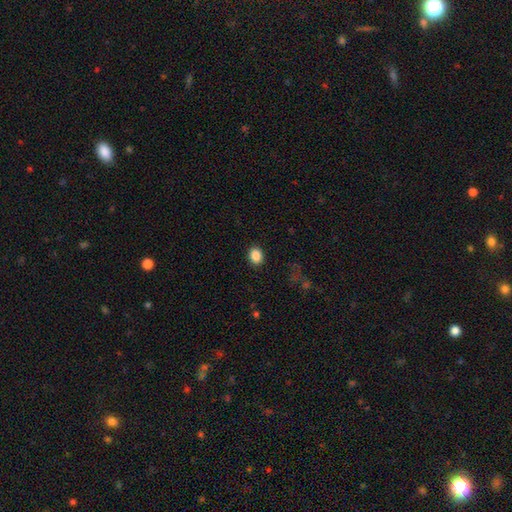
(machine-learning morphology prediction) A smooth galaxy with no disk features (87%) that is in between round and cigar-shaped (53%). Merging: none (89%).